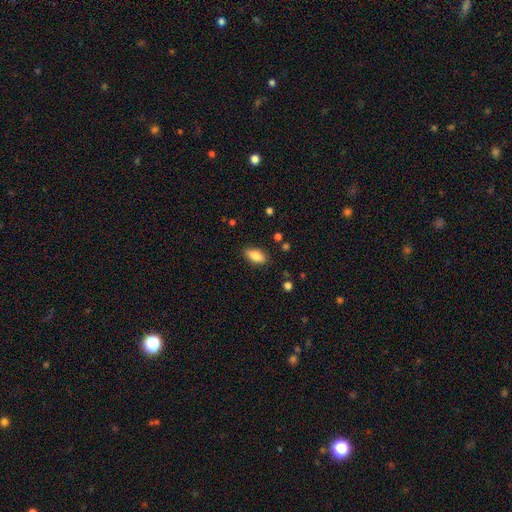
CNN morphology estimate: Overall: smooth (83%). How rounded: in between (88%). Merging: none (86%).